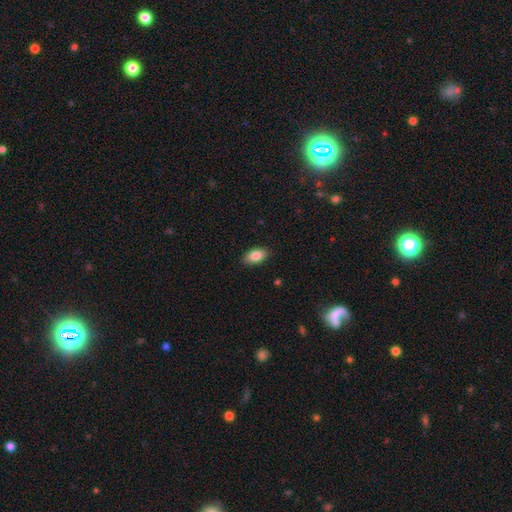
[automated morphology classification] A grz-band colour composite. It shows a smooth galaxy with no disk features (84%) that is in between round and cigar-shaped (92%). Merging: none (88%).